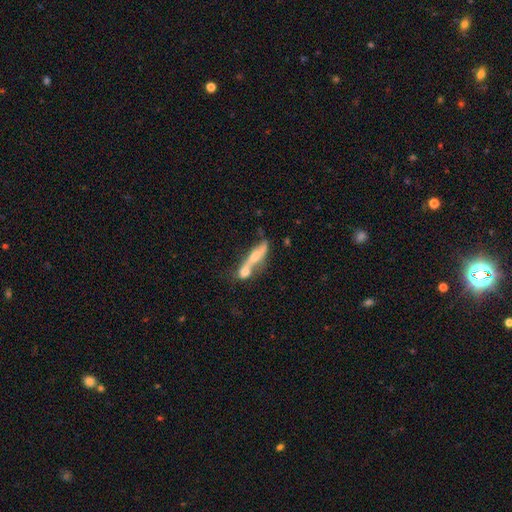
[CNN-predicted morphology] Q: Smooth or featured?
A: smooth (46%); tied with: featured or disk (46%)
Q: Merging?
A: merger (61%); runner-up: none (21%)